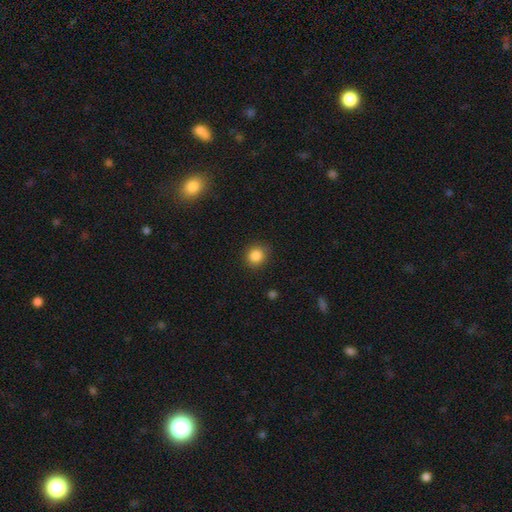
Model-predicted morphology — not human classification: smooth 86%, star or artifact 10%, featured or disk 4%. Down the decision tree: how rounded — round (87%); merging — none (87%).